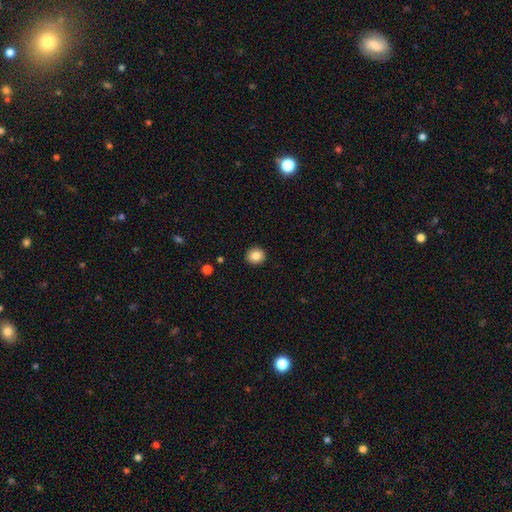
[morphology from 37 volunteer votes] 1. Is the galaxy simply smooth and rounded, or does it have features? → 89% smooth, 5% featured or disk, 5% star or artifact.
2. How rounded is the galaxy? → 85% round, 15% in between, 0% cigar-shaped.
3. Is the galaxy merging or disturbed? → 94% none, 3% minor disturbance, 3% merger, 0% major disturbance.